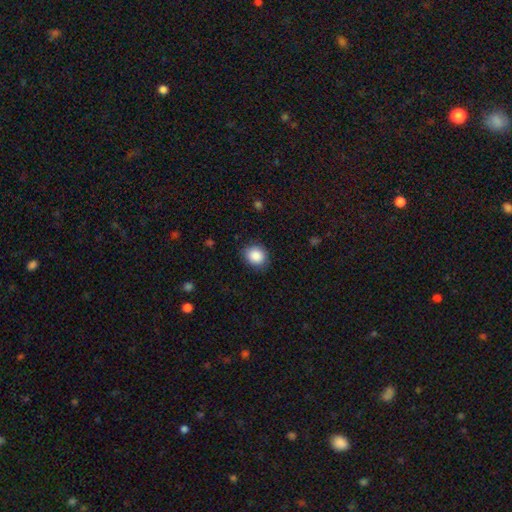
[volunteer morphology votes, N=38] smooth_or_featured: smooth (p=0.82) [alt: featured or disk p=0.11]
how_rounded: round (p=0.71) [alt: in between p=0.29]
merging: none (p=0.74) [alt: minor disturbance p=0.20]